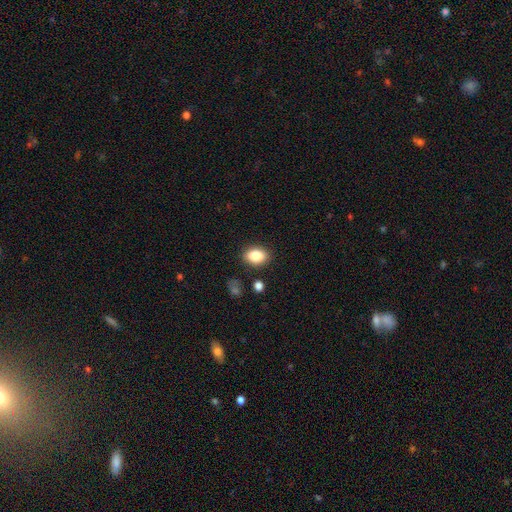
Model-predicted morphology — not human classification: type=smooth (84%); roundness=in between (73%); merging=none (85%).